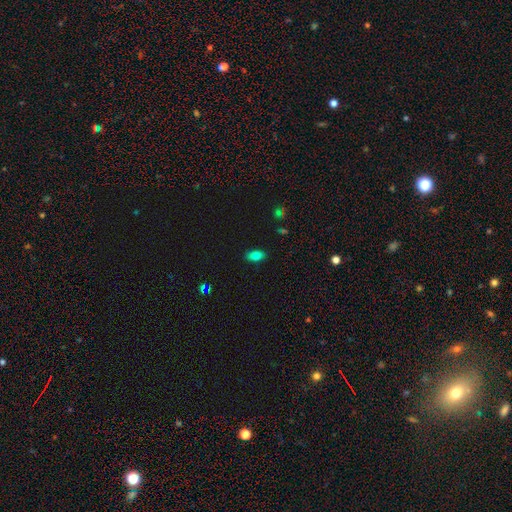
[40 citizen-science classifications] smooth-or-featured: smooth: 75% | featured or disk: 12% | star or artifact: 12%
  how-rounded: in between: 93% | round: 3% | cigar-shaped: 3%
  merging: none: 86% | minor disturbance: 11% | major disturbance: 3% | merger: 0%